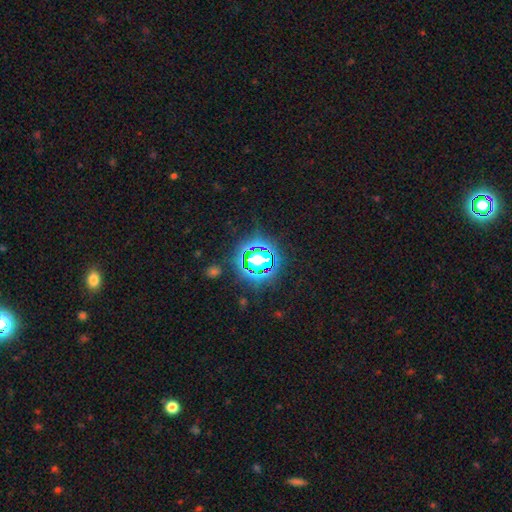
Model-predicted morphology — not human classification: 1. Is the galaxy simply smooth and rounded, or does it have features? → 69% star or artifact, 19% smooth, 11% featured or disk.